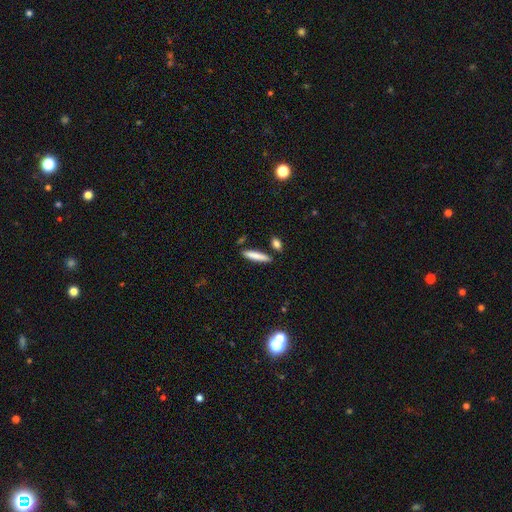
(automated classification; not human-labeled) Smooth or featured? Predicted: smooth (p=0.81). How rounded? Predicted: cigar-shaped (p=0.87). Merging? Predicted: none (p=0.85).